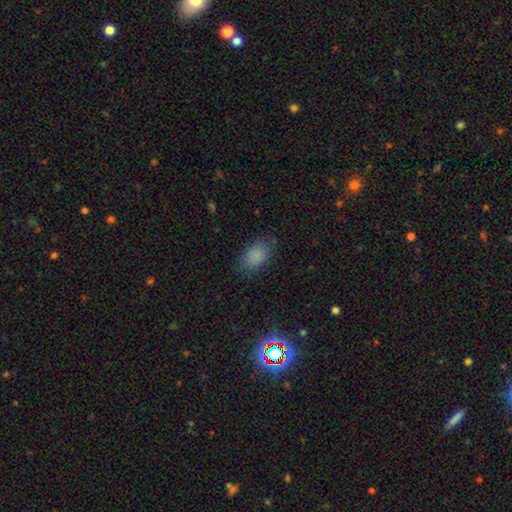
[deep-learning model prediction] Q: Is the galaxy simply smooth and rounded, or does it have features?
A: smooth — 85%.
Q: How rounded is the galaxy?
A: in between — 88%.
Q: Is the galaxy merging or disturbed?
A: none — 79%.